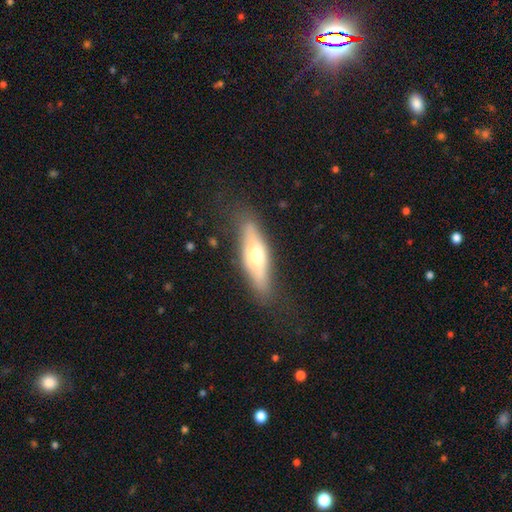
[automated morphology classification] Overall: smooth (50%; featured or disk 44%). Merging: none (74%).